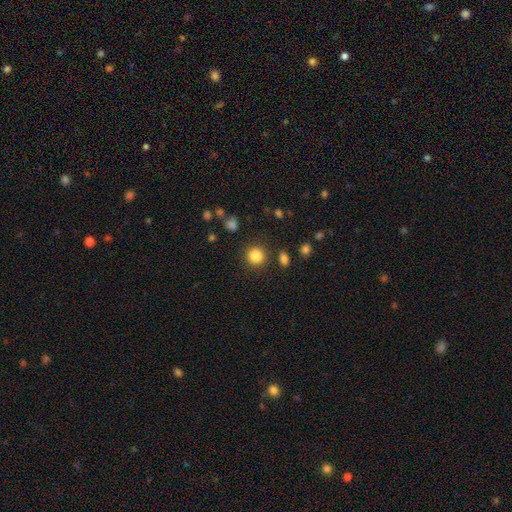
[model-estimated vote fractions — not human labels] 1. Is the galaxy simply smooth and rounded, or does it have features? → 85% smooth, 11% star or artifact, 4% featured or disk.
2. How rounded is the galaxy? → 92% round, 7% in between, 1% cigar-shaped.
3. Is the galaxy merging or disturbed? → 87% none, 7% minor disturbance, 3% major disturbance, 3% merger.